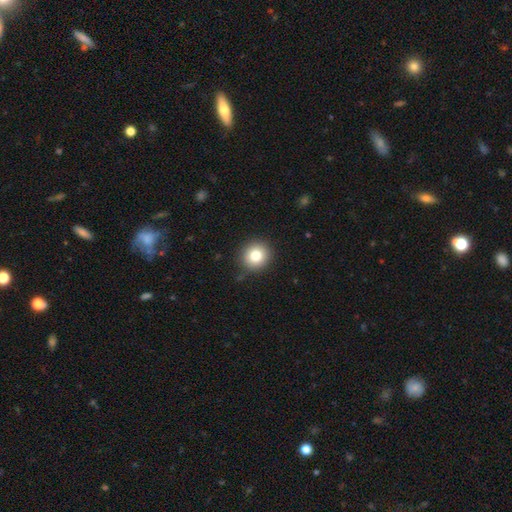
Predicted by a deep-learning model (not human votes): Overall: smooth (82%). How rounded: round (88%). Merging: none (88%).